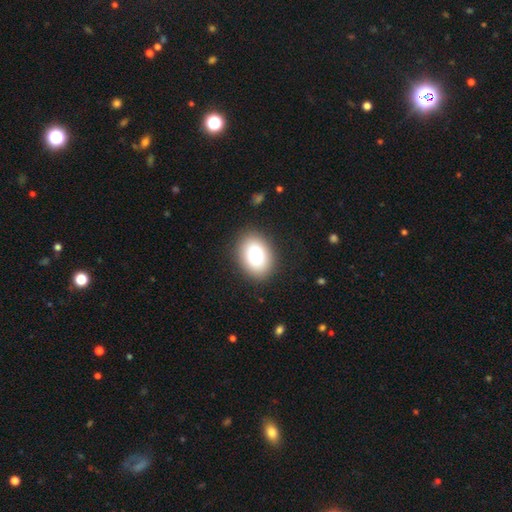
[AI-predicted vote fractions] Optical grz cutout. It shows a smooth galaxy with no disk features (77%) that is in between round and cigar-shaped (72%). Merging: none (87%).